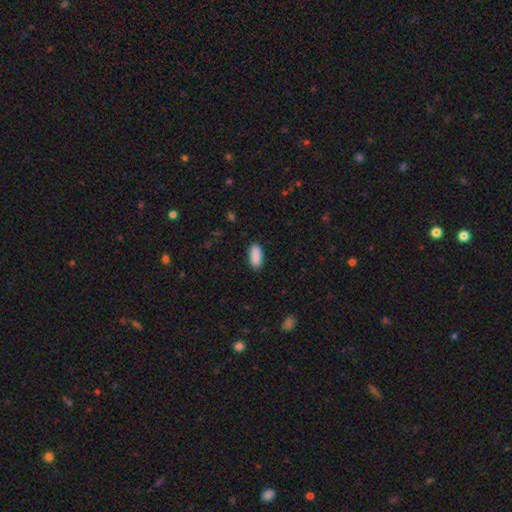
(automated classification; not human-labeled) Smooth or featured: smooth — 90% (star or artifact — 6%)
How rounded: in between — 80% (cigar-shaped — 18%)
Merging: none — 88% (minor disturbance — 9%)